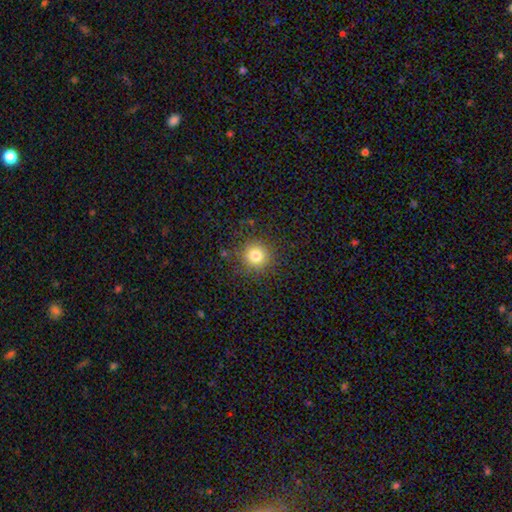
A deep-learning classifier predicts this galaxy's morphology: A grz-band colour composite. It shows a smooth galaxy with no disk features (80%) that is round (93%). Merging: none (87%).